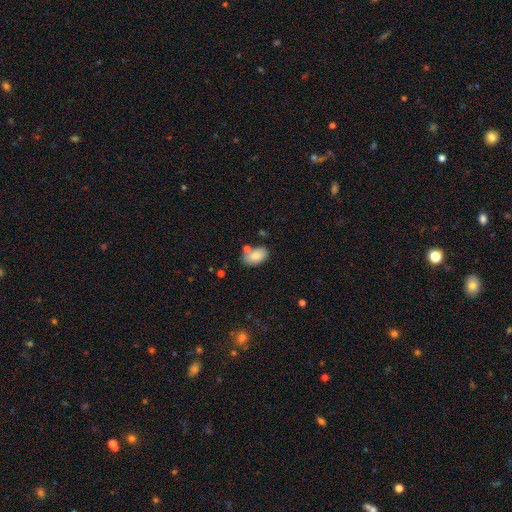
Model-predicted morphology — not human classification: smooth-or-featured: smooth: 83% | featured or disk: 9% | star or artifact: 7%
  how-rounded: in between: 92% | round: 6% | cigar-shaped: 1%
  merging: none: 64% | minor disturbance: 17% | merger: 14% | major disturbance: 4%